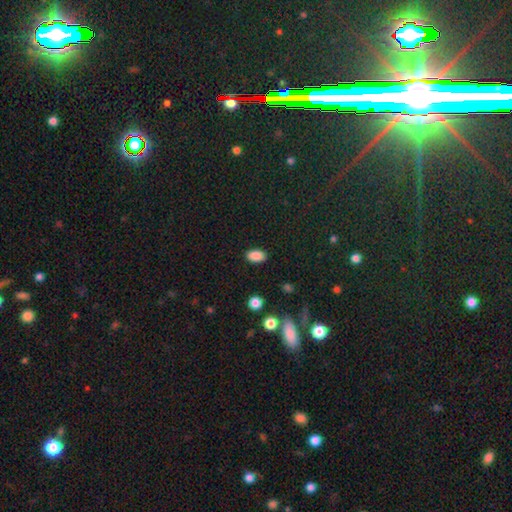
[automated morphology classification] Smooth or featured? smooth (88%)
How rounded? in between (92%)
Merging? none (88%)